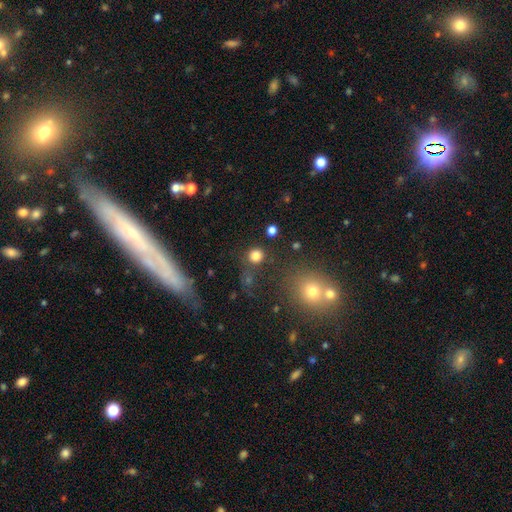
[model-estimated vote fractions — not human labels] The model was most divided on "smooth or featured": smooth: 81%, star or artifact: 14%, featured or disk: 5%. More confident: how rounded — round (90%); merging — none (78%).